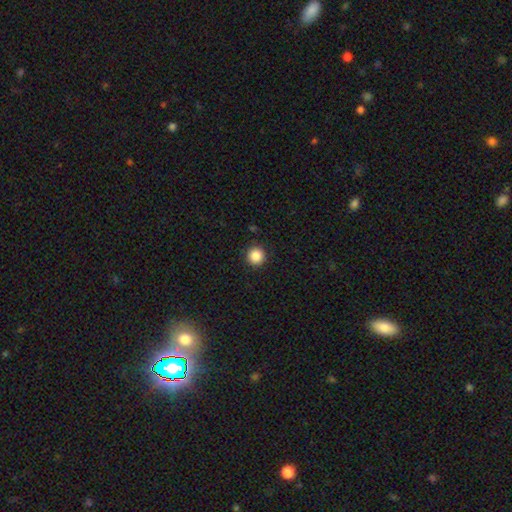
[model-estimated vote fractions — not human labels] A smooth galaxy with no disk features (87%) that is round (95%). Merging: none (92%).